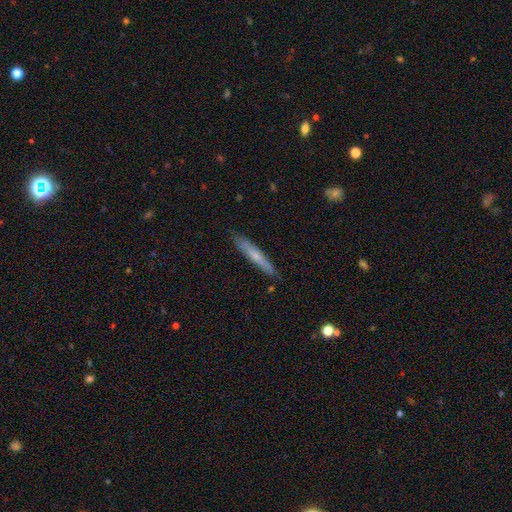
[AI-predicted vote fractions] Smooth or featured?
  - smooth: 53% *
  - featured or disk: 41%
  - star or artifact: 6%
How rounded?
  - cigar-shaped: 93% *
  - in between: 5%
  - round: 1%
Merging?
  - none: 86% *
  - minor disturbance: 11%
  - major disturbance: 2%
  - merger: 1%